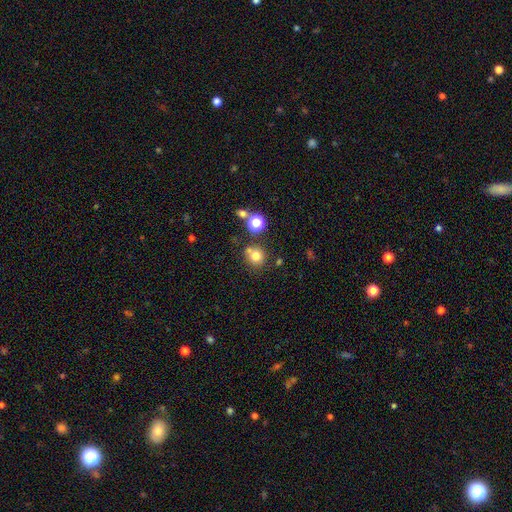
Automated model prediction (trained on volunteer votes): smooth-or-featured: smooth: 75% | star or artifact: 15% | featured or disk: 9%
  how-rounded: round: 88% | in between: 12% | cigar-shaped: 1%
  merging: none: 67% | merger: 18% | minor disturbance: 11% | major disturbance: 4%